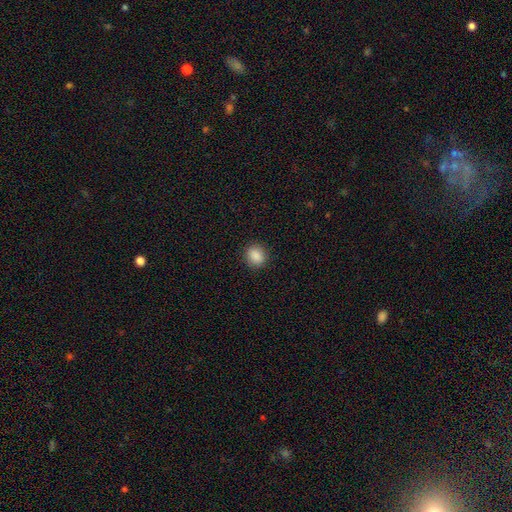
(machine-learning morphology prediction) Smooth or featured: smooth — 88% (star or artifact — 9%)
How rounded: round — 68% (in between — 30%)
Merging: none — 90% (minor disturbance — 7%)